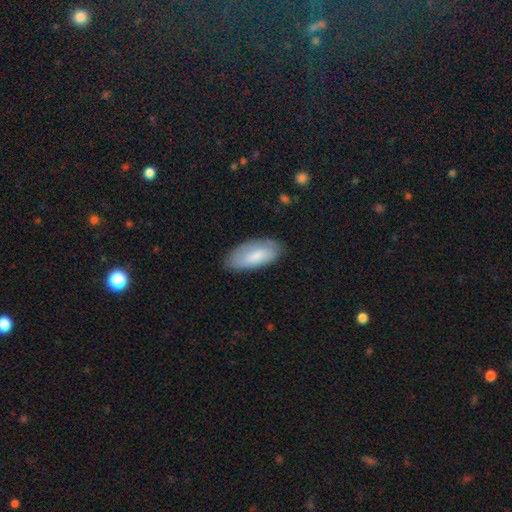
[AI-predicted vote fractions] A smooth galaxy with no disk features (77%) that is in between round and cigar-shaped (87%). Merging: none (76%).